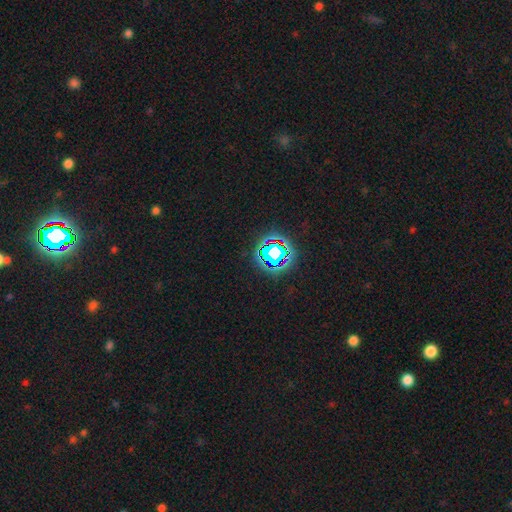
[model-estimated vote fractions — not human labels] This is clearly a star or artifact rather than a galaxy (82%).